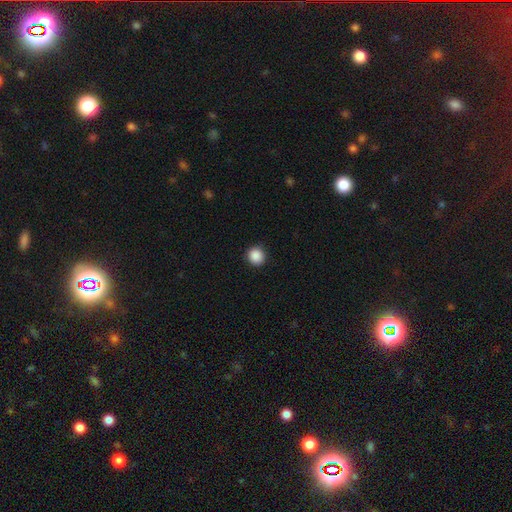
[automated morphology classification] Smooth or featured? Predicted: smooth (p=0.89). How rounded? Predicted: round (p=0.92). Merging? Predicted: none (p=0.91).